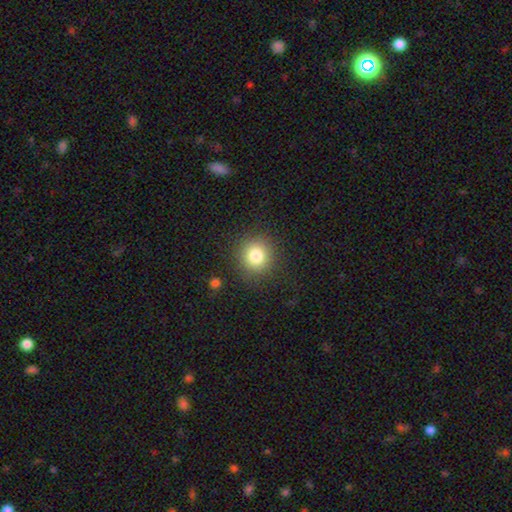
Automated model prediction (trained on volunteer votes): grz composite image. It shows a smooth galaxy with no disk features (81%) that is round (90%). Merging: none (88%).